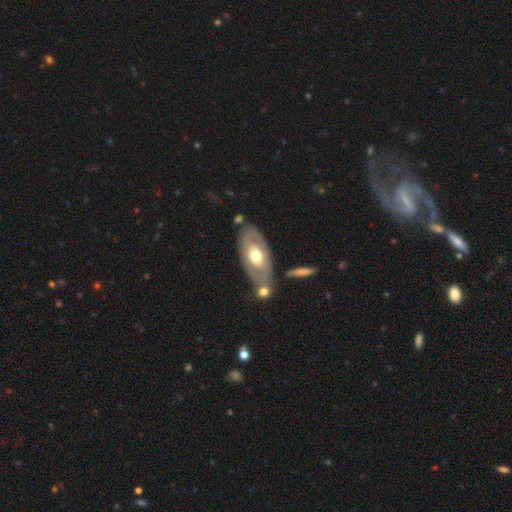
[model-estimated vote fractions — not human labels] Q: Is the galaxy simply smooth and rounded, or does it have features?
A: featured or disk — 60%.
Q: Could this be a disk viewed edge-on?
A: no — 87%.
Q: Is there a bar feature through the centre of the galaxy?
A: no — 79%.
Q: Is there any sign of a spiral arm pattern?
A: no — 68%.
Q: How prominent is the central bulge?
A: moderate — 72%.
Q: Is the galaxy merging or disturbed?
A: none — 66%.